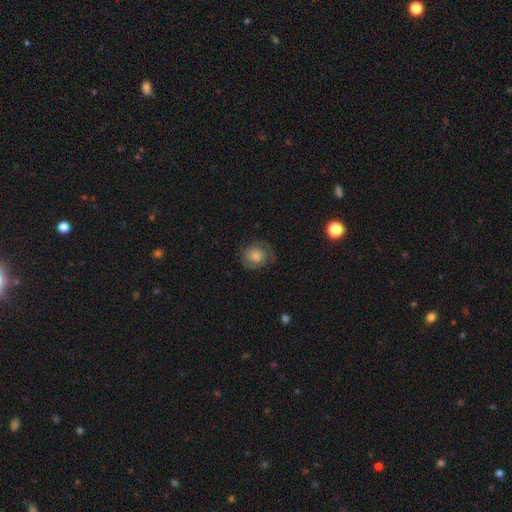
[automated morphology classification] smooth_or_featured: featured or disk (p=0.49) [alt: smooth p=0.42]
merging: none (p=0.73) [alt: minor disturbance p=0.18]